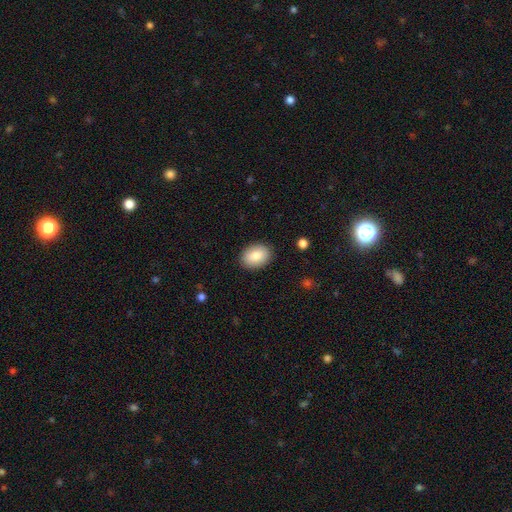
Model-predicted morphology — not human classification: Overall: smooth (83%). How rounded: in between (73%). Merging: none (89%).